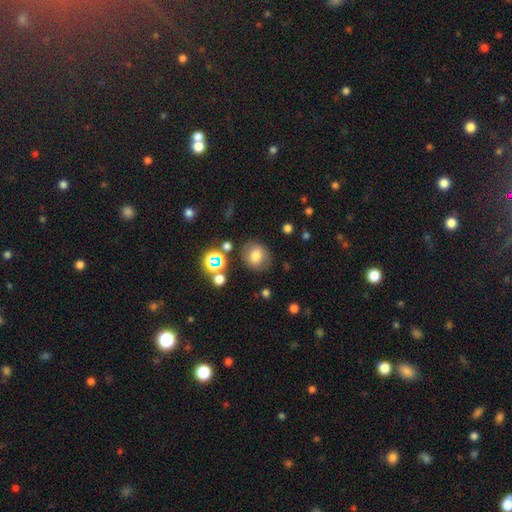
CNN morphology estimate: The model was most divided on "how rounded": round: 71%, in between: 28%, cigar-shaped: 1%. More confident: merging — none (78%); smooth or featured — smooth (71%).